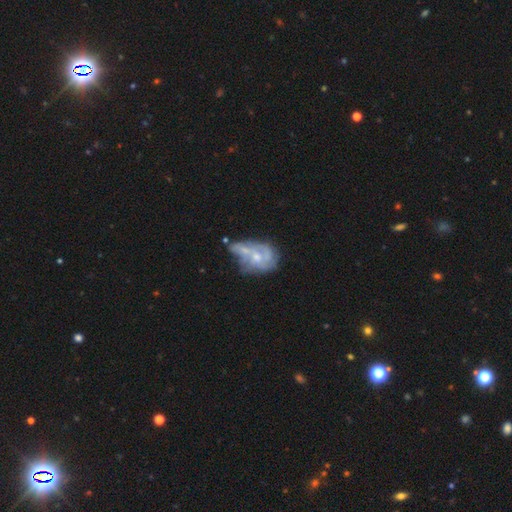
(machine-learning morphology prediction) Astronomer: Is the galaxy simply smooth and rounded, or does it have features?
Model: featured or disk — 68%.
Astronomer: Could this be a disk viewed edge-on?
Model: no — 97%.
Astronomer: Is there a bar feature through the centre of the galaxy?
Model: no — 77%.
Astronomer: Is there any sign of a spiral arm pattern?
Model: yes — 58% (runner-up: no, 42%).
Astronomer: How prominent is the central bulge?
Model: moderate — 45%, tied with small at 45%.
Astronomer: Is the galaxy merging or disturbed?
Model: merger — 28% (runner-up: none, 27%).